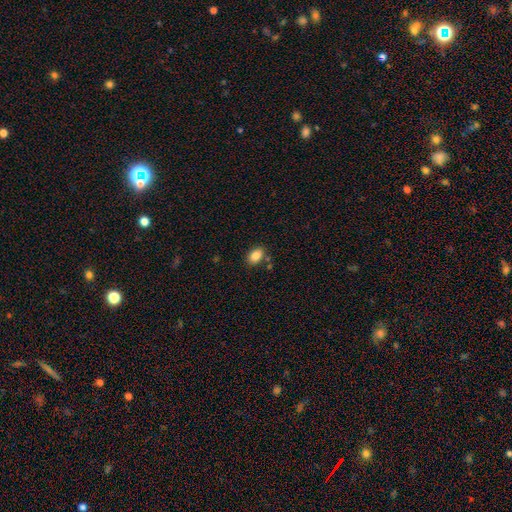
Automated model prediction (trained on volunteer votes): Q: Smooth or featured?
A: smooth (86%); runner-up: star or artifact (9%)
Q: How rounded?
A: in between (84%); runner-up: round (15%)
Q: Merging?
A: none (81%); runner-up: minor disturbance (11%)